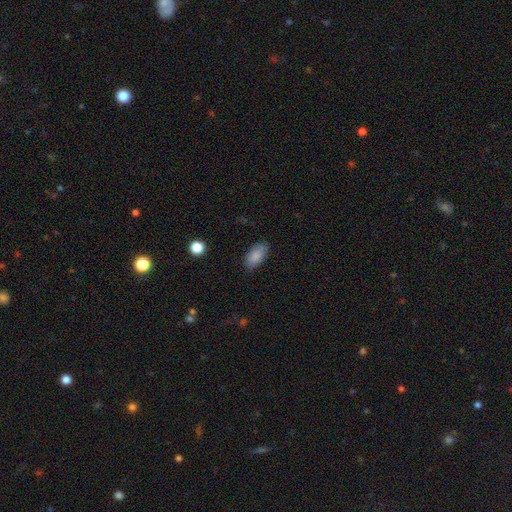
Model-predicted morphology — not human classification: Smooth or featured? smooth (86%)
How rounded? in between (92%)
Merging? none (83%)